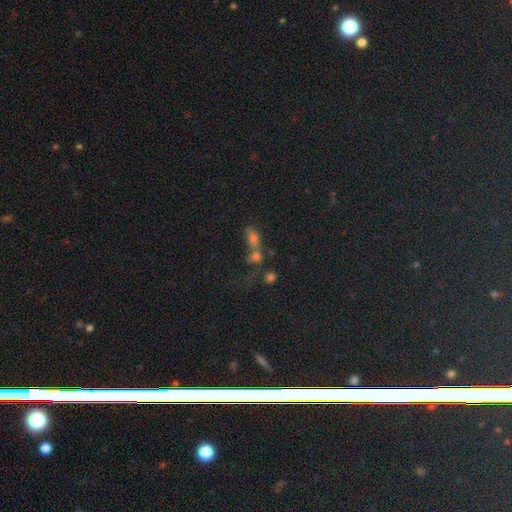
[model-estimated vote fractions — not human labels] smooth-or-featured: smooth: 53% | star or artifact: 30% | featured or disk: 18%
  how-rounded: in between: 50% | round: 43% | cigar-shaped: 7%
  merging: merger: 61% | none: 24% | major disturbance: 8% | minor disturbance: 7%